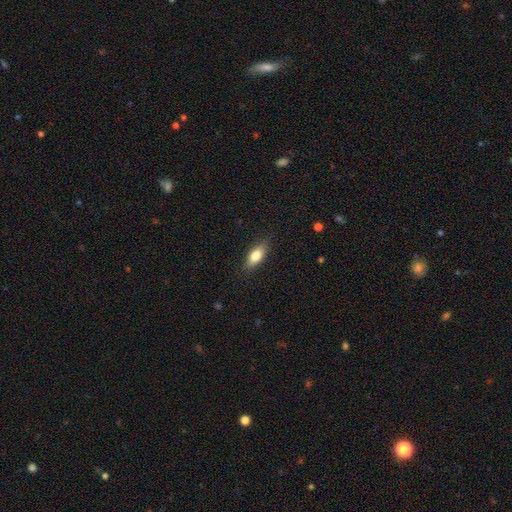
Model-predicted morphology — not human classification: The model was most divided on "how rounded": in between: 75%, cigar-shaped: 22%, round: 4%. More confident: merging — none (85%); smooth or featured — smooth (76%).